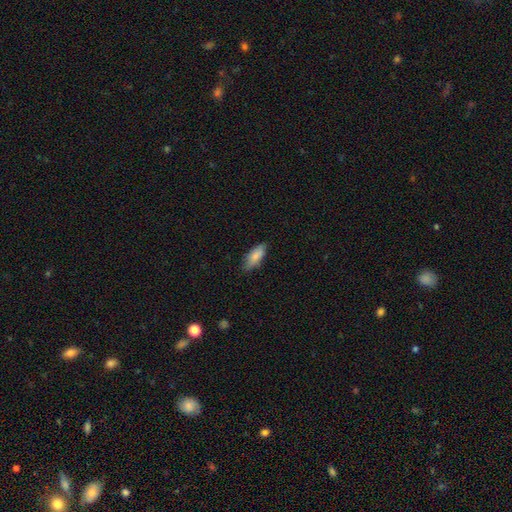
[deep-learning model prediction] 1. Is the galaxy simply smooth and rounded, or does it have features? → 81% smooth, 13% featured or disk, 6% star or artifact.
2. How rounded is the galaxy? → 70% in between, 28% cigar-shaped, 2% round.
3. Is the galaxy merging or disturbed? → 80% none, 16% minor disturbance, 3% major disturbance, 1% merger.